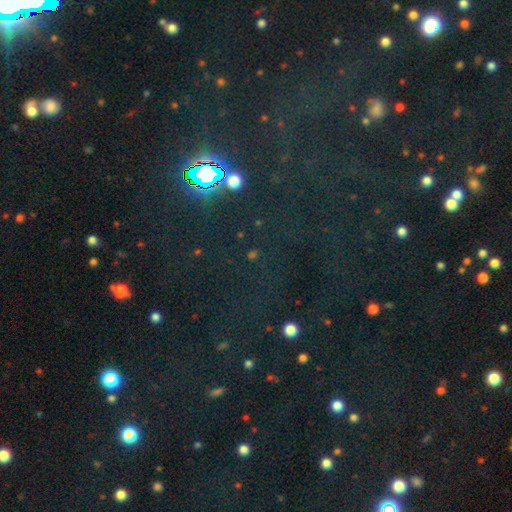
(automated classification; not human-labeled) A star or artifact, not a galaxy (80%).

Vote fractions:
- Smooth or featured? star or artifact: 80% / smooth: 13% / featured or disk: 7%